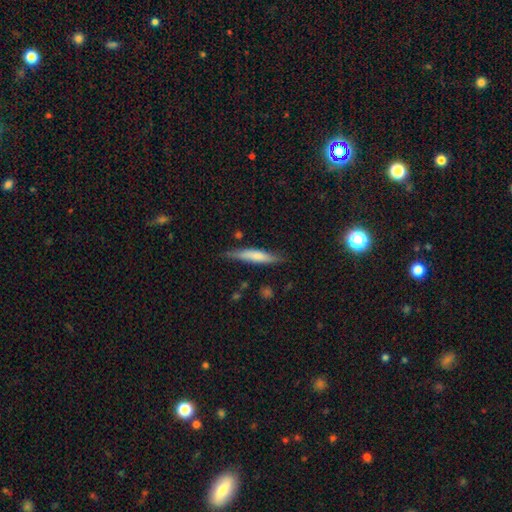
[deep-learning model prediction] This is likely a smooth galaxy (68%). How rounded: clearly cigar-shaped (88%). Merging: likely none (75%).